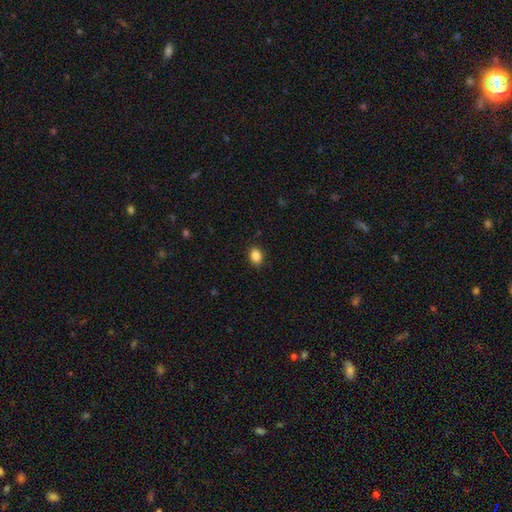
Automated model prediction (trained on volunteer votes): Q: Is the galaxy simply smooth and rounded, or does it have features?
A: smooth — 87%.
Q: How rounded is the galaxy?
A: in between — 61%.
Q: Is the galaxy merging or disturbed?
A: none — 89%.